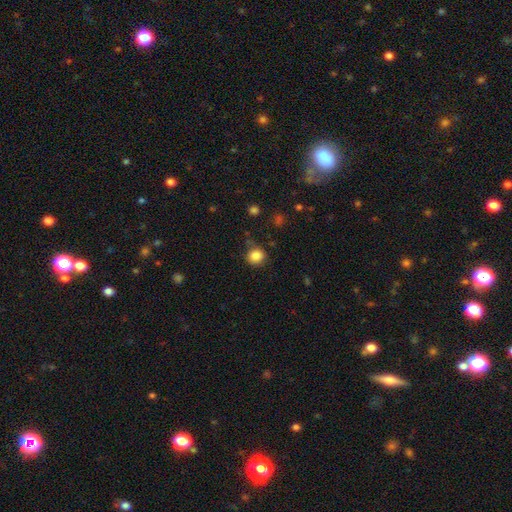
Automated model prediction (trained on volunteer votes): smooth 85%, star or artifact 11%, featured or disk 4%. Down the decision tree: how rounded — round (88%); merging — none (80%).